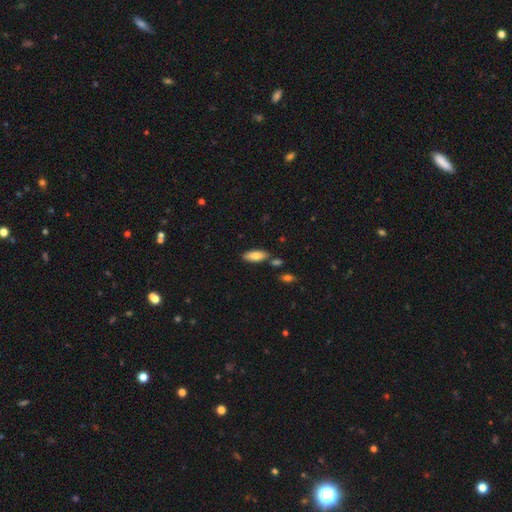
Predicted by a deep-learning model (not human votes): This appears to be a smooth galaxy with no disk features (80%) that is in between round and cigar-shaped (75%). Merging: none (78%).